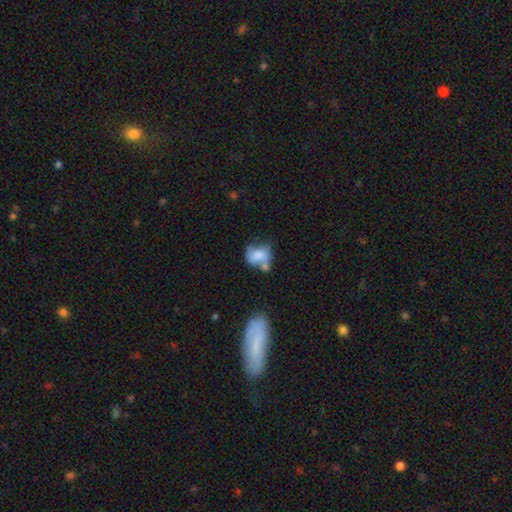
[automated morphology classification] Q: Smooth or featured?
A: smooth (60%); runner-up: featured or disk (30%)
Q: How rounded?
A: in between (56%); runner-up: round (43%)
Q: Merging?
A: none (32%); runner-up: merger (27%)